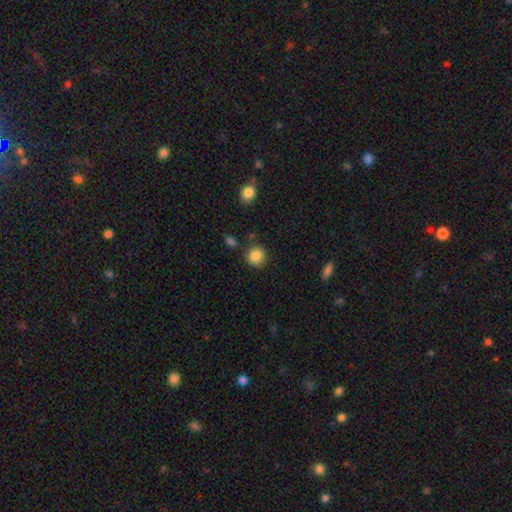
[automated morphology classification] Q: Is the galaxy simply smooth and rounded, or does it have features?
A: smooth — 87%.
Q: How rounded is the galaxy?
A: round — 88%.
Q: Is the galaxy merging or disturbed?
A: none — 84%.